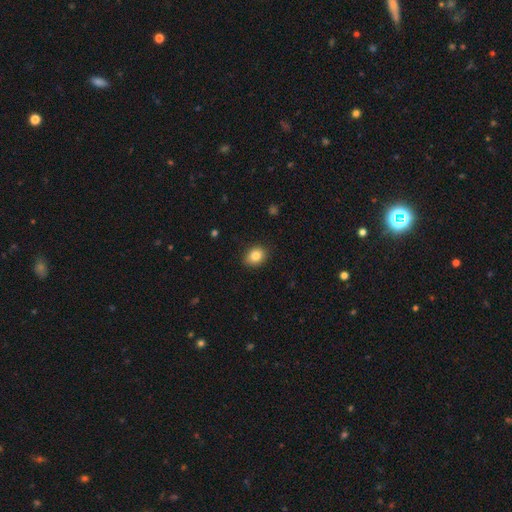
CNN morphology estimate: smooth_or_featured: smooth (p=0.85) [alt: star or artifact p=0.09]
how_rounded: in between (p=0.58) [alt: round p=0.41]
merging: none (p=0.88) [alt: minor disturbance p=0.09]